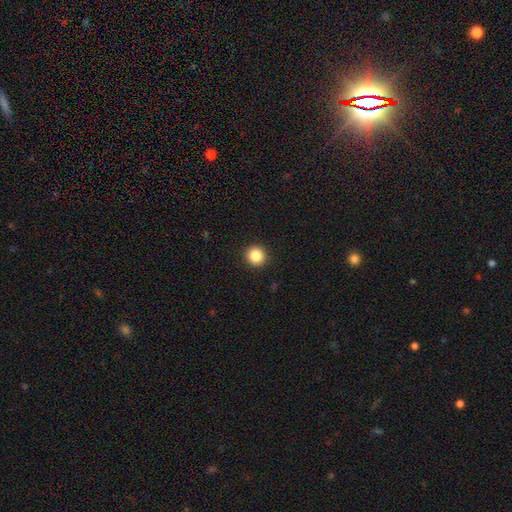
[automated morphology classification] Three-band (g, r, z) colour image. It shows a smooth galaxy with no disk features (87%) that is round (94%). Merging: none (93%).